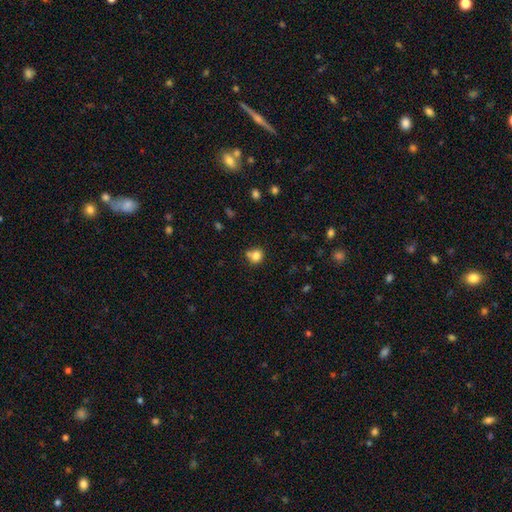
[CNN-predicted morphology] Smooth or featured? Predicted: smooth (p=0.80). How rounded? Predicted: round (p=0.76). Merging? Predicted: none (p=0.57).